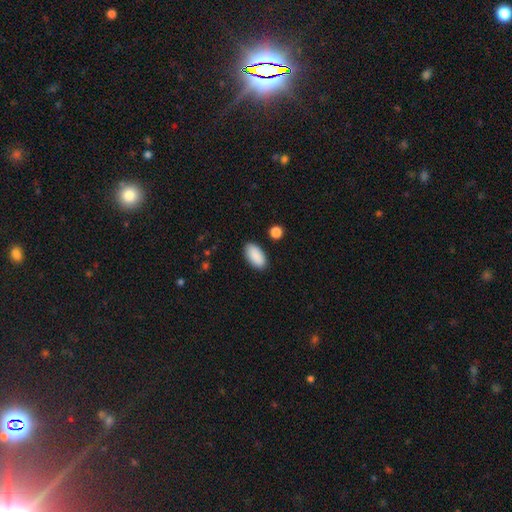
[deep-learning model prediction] Q: Smooth or featured?
A: smooth (90%); runner-up: star or artifact (6%)
Q: How rounded?
A: in between (94%); runner-up: cigar-shaped (4%)
Q: Merging?
A: none (88%); runner-up: minor disturbance (9%)